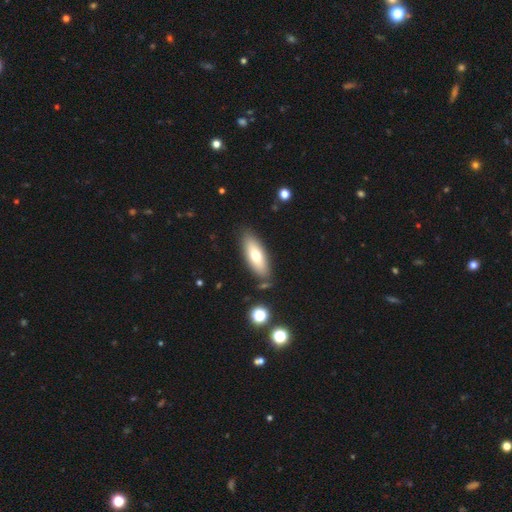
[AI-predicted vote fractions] Smooth or featured: smooth — 66% (featured or disk — 27%)
How rounded: in between — 64% (cigar-shaped — 34%)
Merging: none — 84% (minor disturbance — 11%)